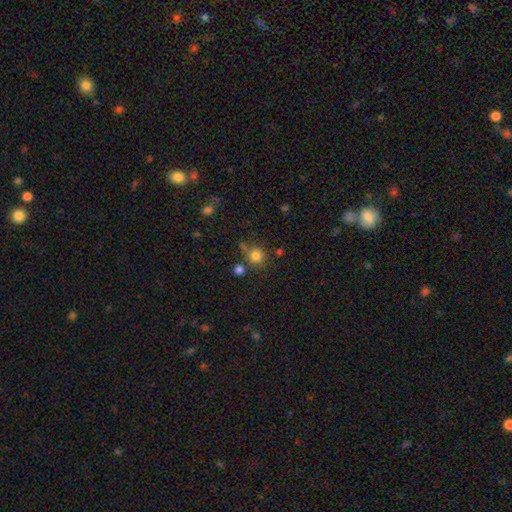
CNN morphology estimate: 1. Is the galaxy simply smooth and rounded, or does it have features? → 80% smooth, 13% star or artifact, 6% featured or disk.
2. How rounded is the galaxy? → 89% round, 10% in between, 1% cigar-shaped.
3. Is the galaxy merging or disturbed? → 69% none, 13% merger, 13% minor disturbance, 5% major disturbance.